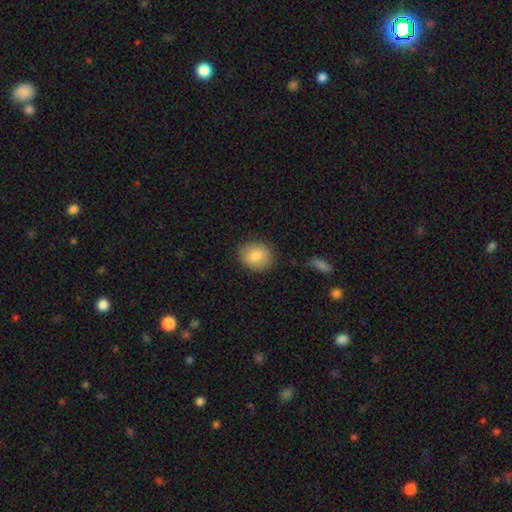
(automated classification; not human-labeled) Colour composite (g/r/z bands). It shows a smooth galaxy with no disk features (82%) that is round (68%). Merging: none (85%).